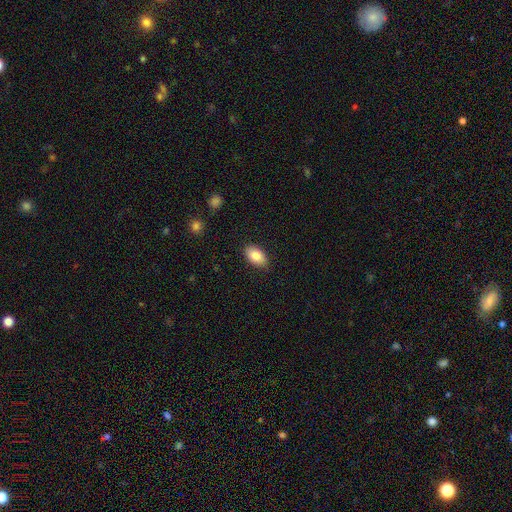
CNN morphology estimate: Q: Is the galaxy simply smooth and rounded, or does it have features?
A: smooth — 84%.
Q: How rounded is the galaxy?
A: in between — 92%.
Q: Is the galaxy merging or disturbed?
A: none — 87%.